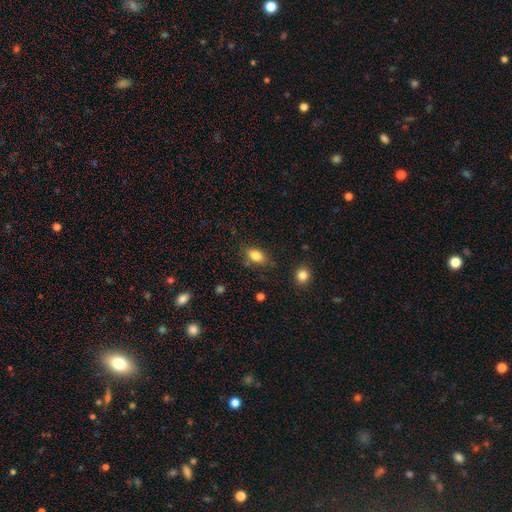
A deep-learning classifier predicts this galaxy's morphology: A smooth galaxy with no disk features (83%) that is in between round and cigar-shaped (86%).

Vote fractions:
- Smooth or featured? smooth: 83% / star or artifact: 9% / featured or disk: 8%
- How rounded? in between: 86% / round: 10% / cigar-shaped: 3%
- Merging? none: 77% / minor disturbance: 15% / major disturbance: 4% / merger: 3%